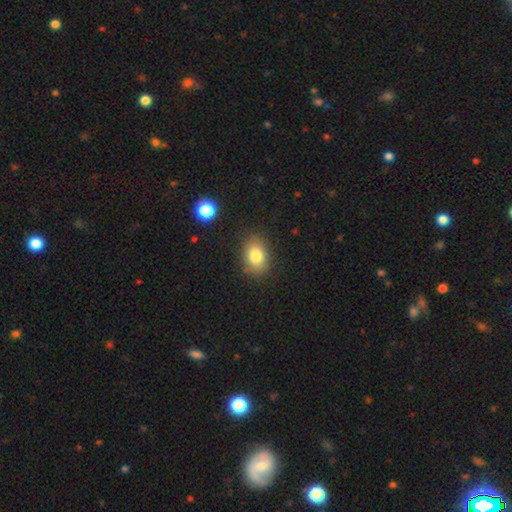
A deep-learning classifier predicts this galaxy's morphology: Smooth or featured?
  - smooth: 81% *
  - star or artifact: 10%
  - featured or disk: 9%
How rounded?
  - in between: 75% *
  - round: 24%
  - cigar-shaped: 1%
Merging?
  - none: 85% *
  - minor disturbance: 10%
  - major disturbance: 3%
  - merger: 2%